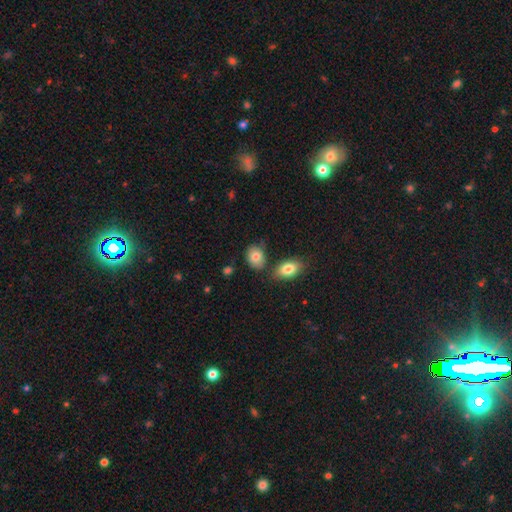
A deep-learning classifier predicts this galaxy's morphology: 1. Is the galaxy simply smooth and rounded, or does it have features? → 82% smooth, 10% featured or disk, 8% star or artifact.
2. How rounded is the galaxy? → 68% in between, 30% round, 1% cigar-shaped.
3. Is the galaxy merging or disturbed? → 68% none, 16% minor disturbance, 13% merger, 4% major disturbance.